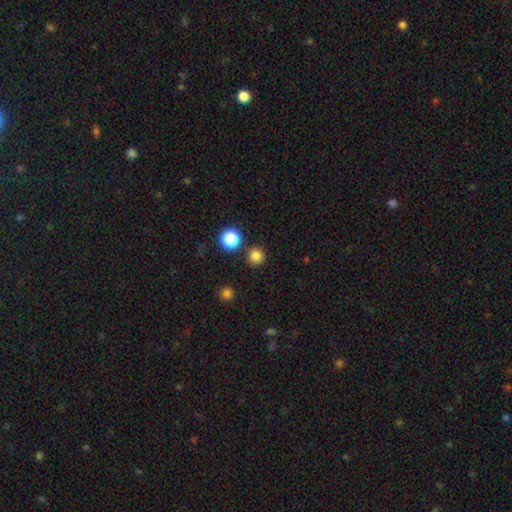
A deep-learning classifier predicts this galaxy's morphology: smooth-or-featured: smooth: 80% | star or artifact: 16% | featured or disk: 4%
  how-rounded: round: 95% | in between: 4% | cigar-shaped: 1%
  merging: none: 89% | minor disturbance: 6% | merger: 4% | major disturbance: 2%